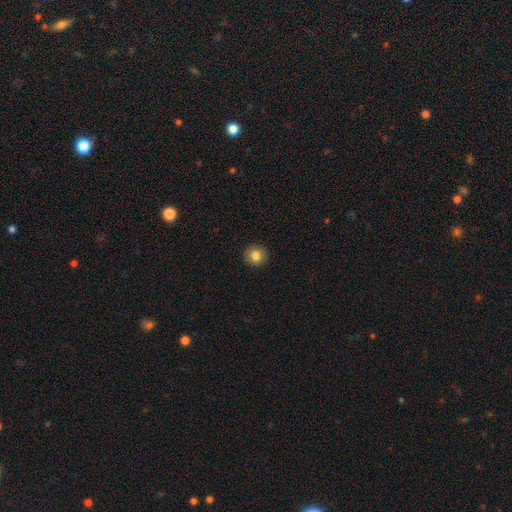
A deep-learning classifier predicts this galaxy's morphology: Overall: smooth (82%). How rounded: round (90%). Merging: none (92%).